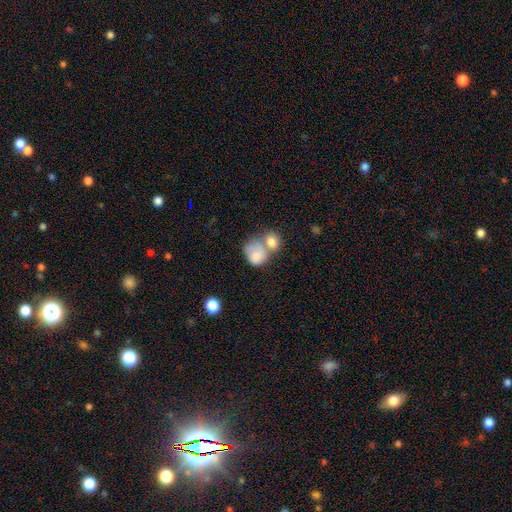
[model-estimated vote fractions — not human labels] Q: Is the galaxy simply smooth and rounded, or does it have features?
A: smooth — 74%.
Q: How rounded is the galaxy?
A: round — 50%.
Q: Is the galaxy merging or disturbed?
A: merger — 59%.